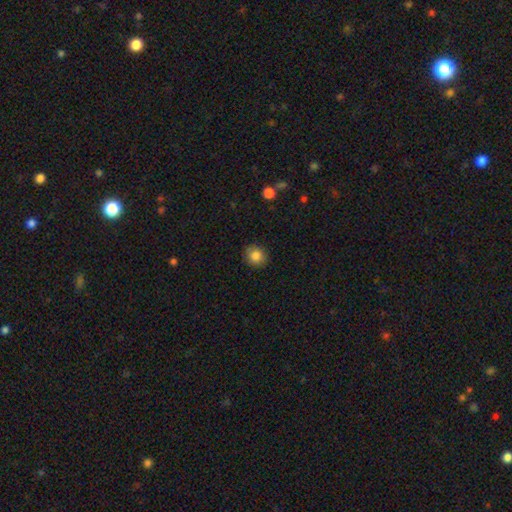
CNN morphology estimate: This is clearly a smooth galaxy (84%). How rounded: likely round (80%). Merging: clearly none (88%).